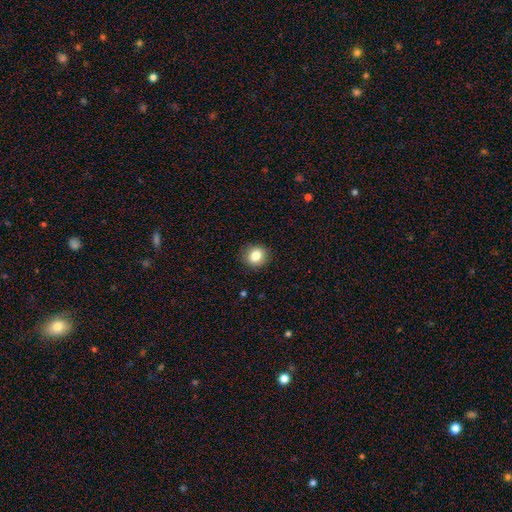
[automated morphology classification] smooth_or_featured: smooth (p=0.82) [alt: star or artifact p=0.10]
how_rounded: round (p=0.81) [alt: in between p=0.18]
merging: none (p=0.90) [alt: minor disturbance p=0.07]